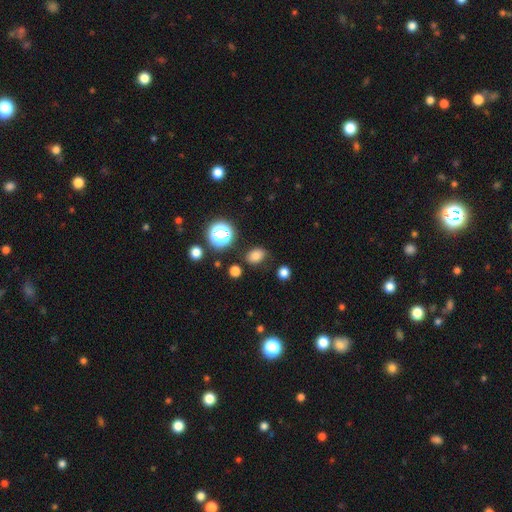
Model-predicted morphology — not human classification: type=smooth (77%); roundness=in between (69%); merging=none (80%).